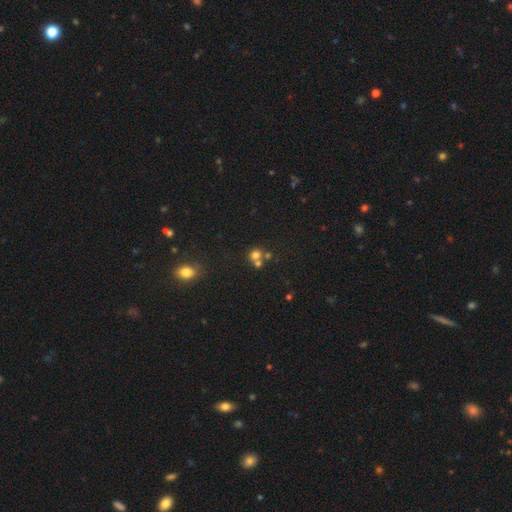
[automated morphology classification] Smooth or featured: smooth — 58% (star or artifact — 30%)
How rounded: round — 84% (in between — 15%)
Merging: none — 51% (merger — 38%)